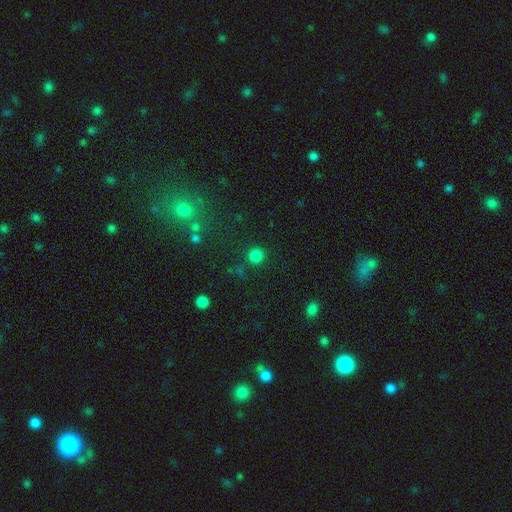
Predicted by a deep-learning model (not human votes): Q: Smooth or featured?
A: smooth (80%); runner-up: star or artifact (16%)
Q: How rounded?
A: round (93%); runner-up: in between (6%)
Q: Merging?
A: none (84%); runner-up: minor disturbance (8%)